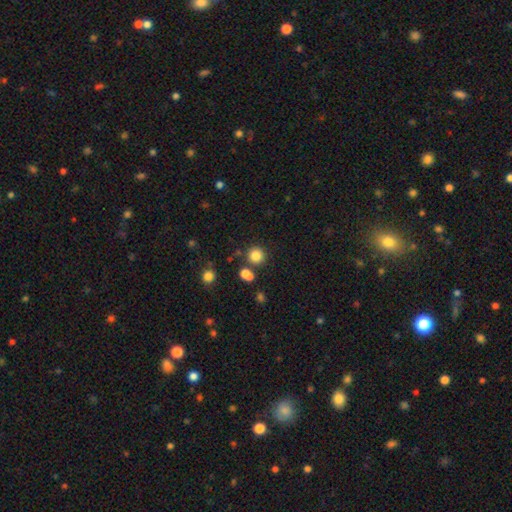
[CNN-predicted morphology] Smooth or featured: smooth — 83% (star or artifact — 12%)
How rounded: round — 92% (in between — 7%)
Merging: none — 79% (merger — 10%)